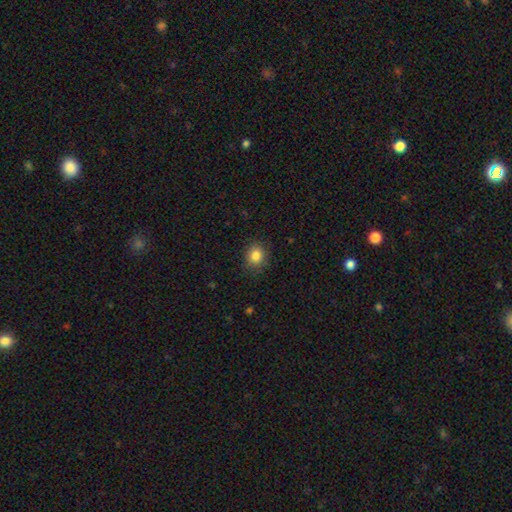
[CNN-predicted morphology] The model was most divided on "how rounded": round: 71%, in between: 28%, cigar-shaped: 1%. More confident: merging — none (86%); smooth or featured — smooth (84%).